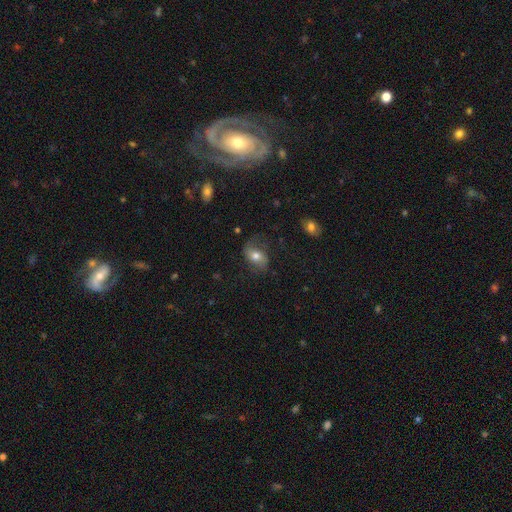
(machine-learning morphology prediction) Smooth or featured? Predicted: smooth (p=0.47). Merging? Predicted: none (p=0.59).